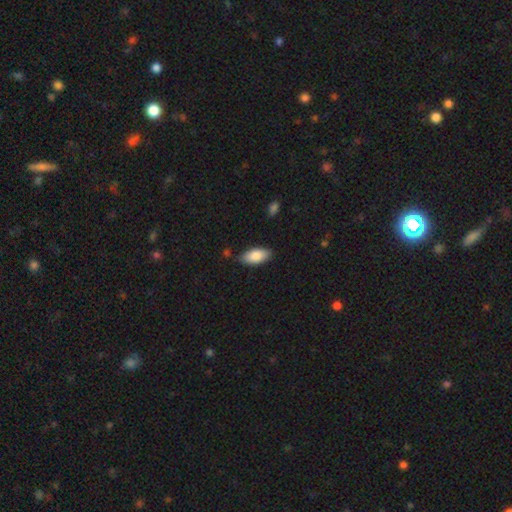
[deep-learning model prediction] Q: Smooth or featured?
A: smooth (85%); runner-up: featured or disk (9%)
Q: How rounded?
A: in between (91%); runner-up: cigar-shaped (7%)
Q: Merging?
A: none (82%); runner-up: minor disturbance (13%)